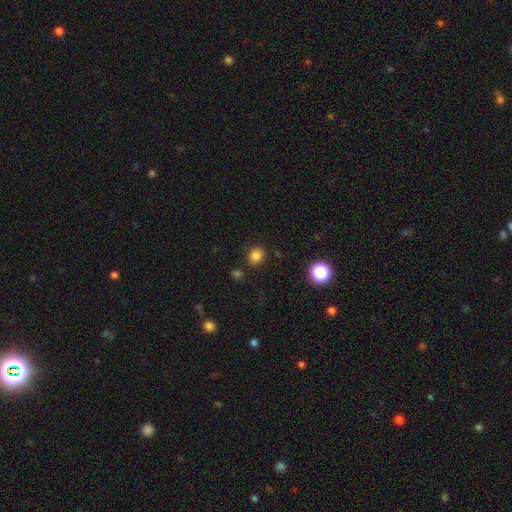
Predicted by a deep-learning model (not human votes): Smooth or featured: smooth — 82% (star or artifact — 14%)
How rounded: round — 66% (in between — 33%)
Merging: none — 84% (minor disturbance — 9%)